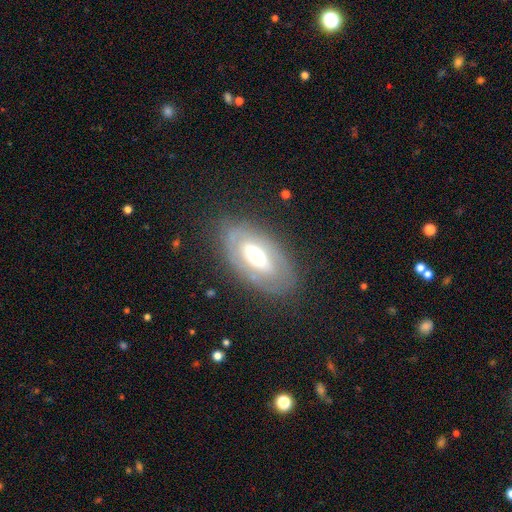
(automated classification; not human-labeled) smooth-or-featured: featured or disk: 65% | smooth: 28% | star or artifact: 7%
  disk-edge-on: no: 88% | yes: 12%
    bar: no: 53% | weak: 30% | strong: 17%
    has-spiral-arms: no: 52% | yes: 48%
    bulge-size: moderate: 53% | large: 32% | small: 11% | dominant: 3% | none: 2%
  merging: none: 79% | minor disturbance: 14% | major disturbance: 6% | merger: 1%